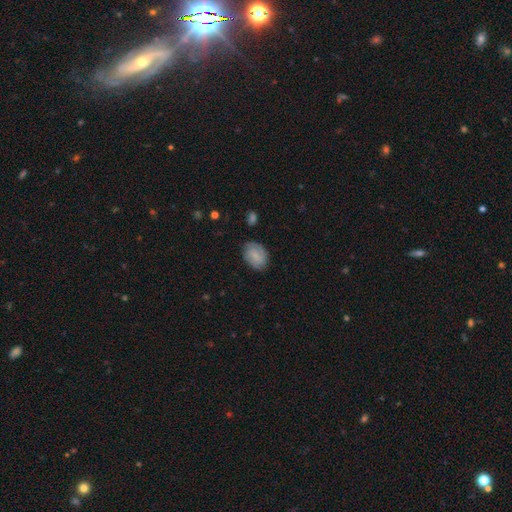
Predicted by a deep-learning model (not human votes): This appears to be a smooth galaxy with no disk features (69%) that is in between round and cigar-shaped (75%). Merging: none (73%).